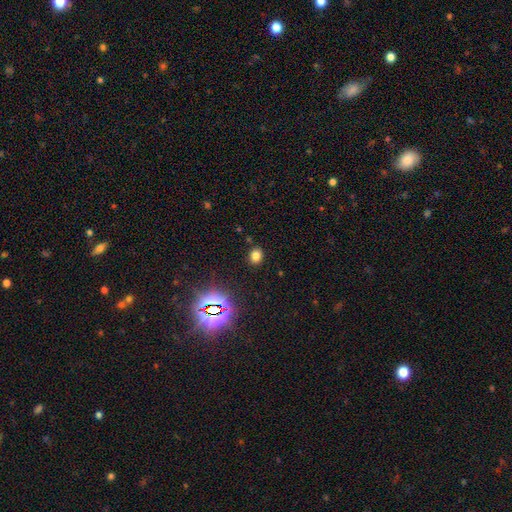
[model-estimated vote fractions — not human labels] A smooth galaxy with no disk features (73%) that is round (58%).

Vote fractions:
- Smooth or featured? smooth: 73% / star or artifact: 21% / featured or disk: 6%
- How rounded? round: 58% / in between: 41% / cigar-shaped: 1%
- Merging? none: 88% / minor disturbance: 8% / major disturbance: 3% / merger: 2%